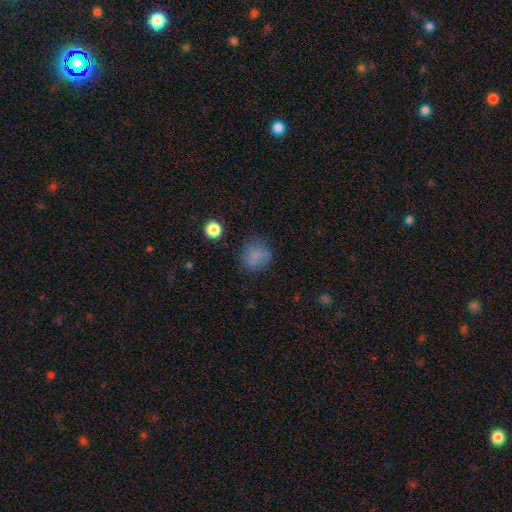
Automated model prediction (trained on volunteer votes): This appears to be a smooth galaxy with no disk features (78%) that is round (87%). Merging: none (74%).